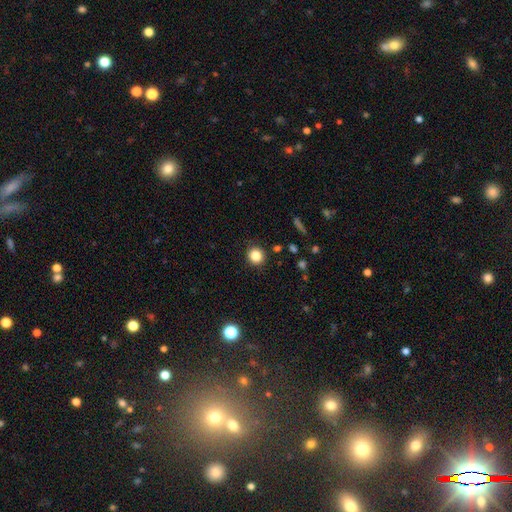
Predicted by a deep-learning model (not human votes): smooth 84%, star or artifact 11%, featured or disk 5%. Down the decision tree: how rounded — round (89%); merging — none (91%).